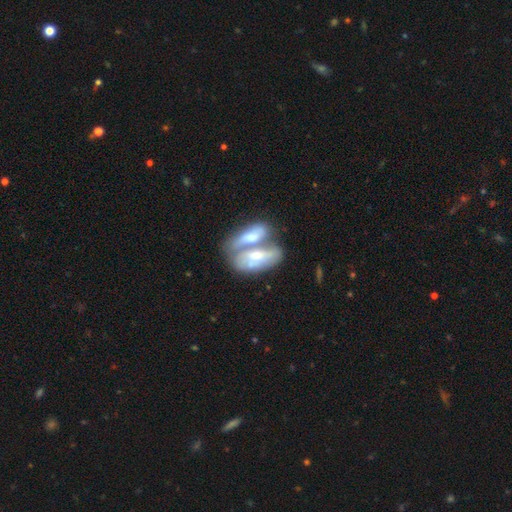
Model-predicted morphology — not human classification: Smooth or featured?
  - featured or disk: 51% *
  - smooth: 43%
  - star or artifact: 6%
Edge-on disk?
  - no: 84% *
  - yes: 16%
Merging?
  - merger: 69% *
  - none: 17%
  - minor disturbance: 8%
  - major disturbance: 6%